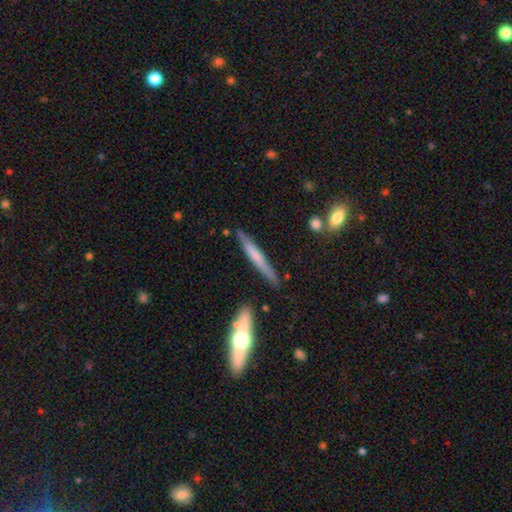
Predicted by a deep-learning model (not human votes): Smooth or featured: smooth — 55% (featured or disk — 40%)
How rounded: cigar-shaped — 94% (in between — 4%)
Merging: none — 83% (minor disturbance — 12%)